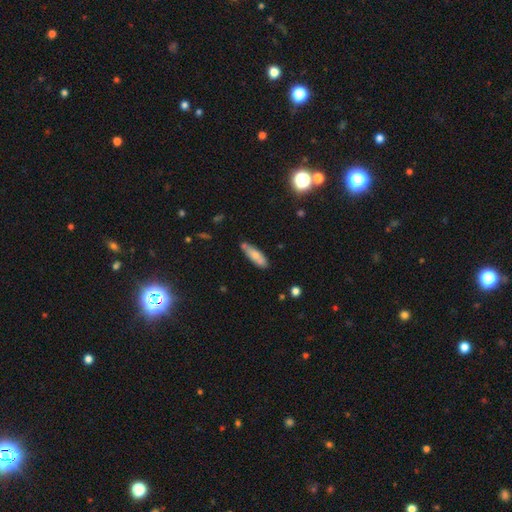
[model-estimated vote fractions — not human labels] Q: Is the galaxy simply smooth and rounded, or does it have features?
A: smooth — 72%.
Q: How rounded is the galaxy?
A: cigar-shaped — 52%.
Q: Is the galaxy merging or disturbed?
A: none — 71%.